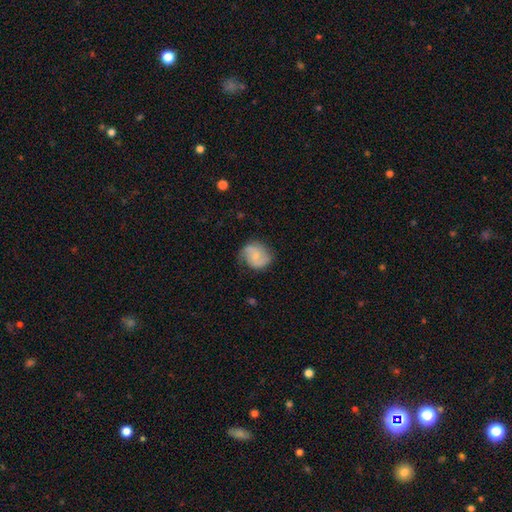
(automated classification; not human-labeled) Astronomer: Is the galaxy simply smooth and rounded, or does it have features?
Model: featured or disk — 53% (runner-up: smooth, 40%).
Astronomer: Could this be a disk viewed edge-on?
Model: no — 98%.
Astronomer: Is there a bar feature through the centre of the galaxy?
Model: no — 58% (runner-up: weak, 35%).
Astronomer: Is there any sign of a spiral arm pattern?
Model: yes — 90%.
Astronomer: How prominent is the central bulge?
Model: small — 59%.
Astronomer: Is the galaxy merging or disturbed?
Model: none — 70%.